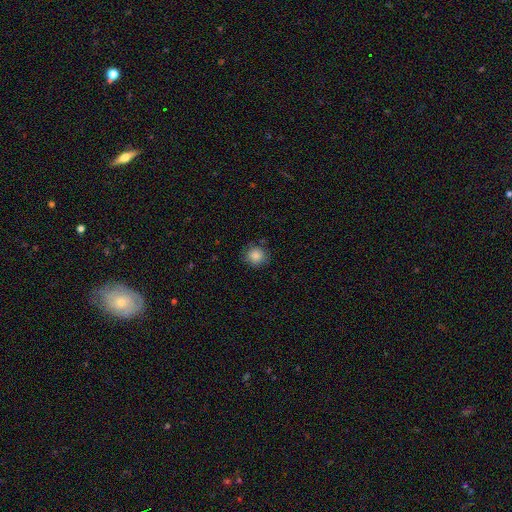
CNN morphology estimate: A smooth galaxy with no disk features (85%) that is round (91%). Merging: none (84%).